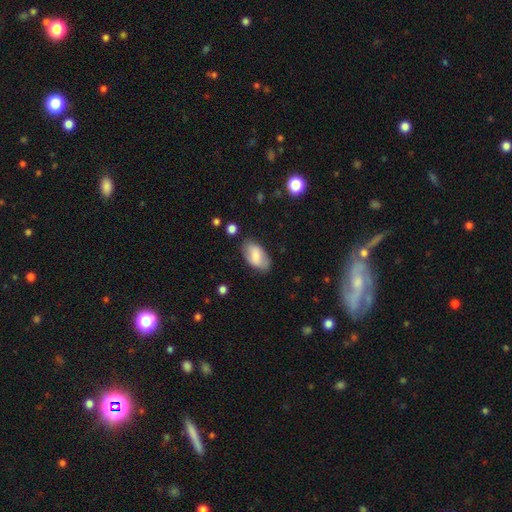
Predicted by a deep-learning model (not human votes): Overall: smooth (75%). How rounded: in between (94%). Merging: none (77%).